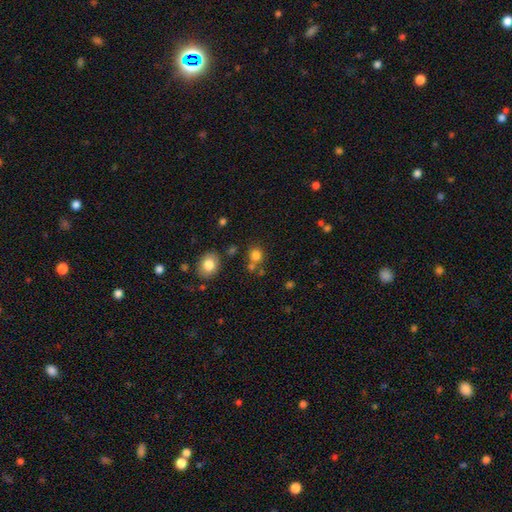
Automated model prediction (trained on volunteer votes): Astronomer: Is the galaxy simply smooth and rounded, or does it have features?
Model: smooth — 80%.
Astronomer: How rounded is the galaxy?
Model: round — 82%.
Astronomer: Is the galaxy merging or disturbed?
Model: none — 68%.